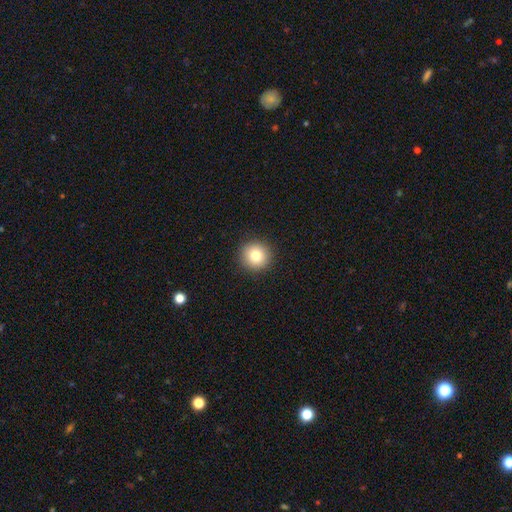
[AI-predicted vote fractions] A smooth galaxy with no disk features (80%) that is round (95%).

Vote fractions:
- Smooth or featured? smooth: 80% / star or artifact: 11% / featured or disk: 9%
- How rounded? round: 95% / in between: 4% / cigar-shaped: 1%
- Merging? none: 93% / minor disturbance: 5% / major disturbance: 2% / merger: 1%